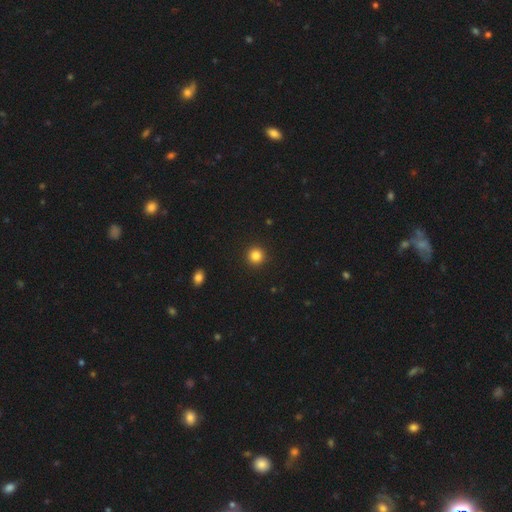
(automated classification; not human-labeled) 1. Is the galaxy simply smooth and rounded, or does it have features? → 84% smooth, 12% star or artifact, 4% featured or disk.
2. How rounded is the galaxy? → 95% round, 4% in between, 1% cigar-shaped.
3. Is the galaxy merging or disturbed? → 93% none, 4% minor disturbance, 2% major disturbance, 1% merger.